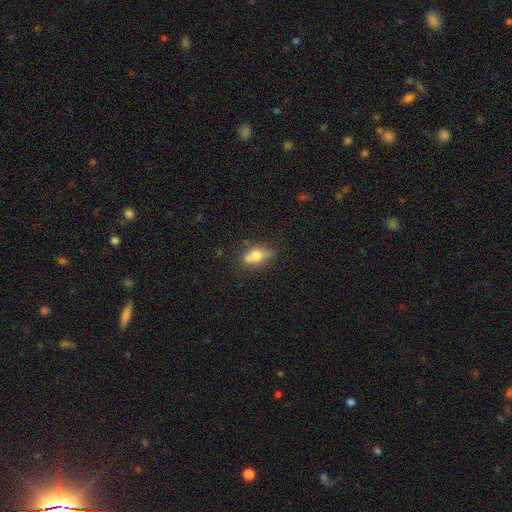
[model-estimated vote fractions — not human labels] A smooth galaxy with no disk features (58%) that is in between round and cigar-shaped (70%).

Vote fractions:
- Smooth or featured? smooth: 58% / featured or disk: 32% / star or artifact: 11%
- How rounded? in between: 70% / round: 20% / cigar-shaped: 10%
- Merging? none: 45% / merger: 26% / minor disturbance: 20% / major disturbance: 9%